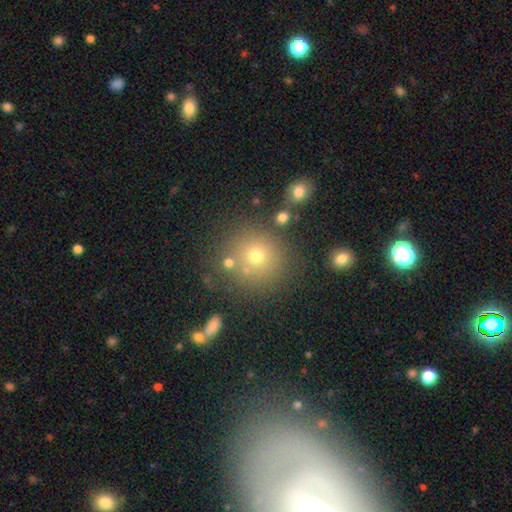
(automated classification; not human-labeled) A smooth galaxy with no disk features (68%) that is round (92%).

Vote fractions:
- Smooth or featured? smooth: 68% / star or artifact: 19% / featured or disk: 12%
- How rounded? round: 92% / in between: 7% / cigar-shaped: 1%
- Merging? none: 78% / minor disturbance: 9% / merger: 9% / major disturbance: 4%